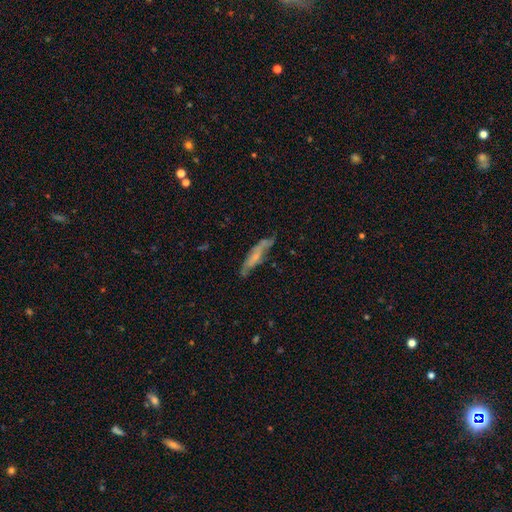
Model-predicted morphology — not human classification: smooth-or-featured: featured or disk: 51% | smooth: 41% | star or artifact: 8%
  disk-edge-on: yes: 55% | no: 45%
  merging: none: 63% | minor disturbance: 25% | major disturbance: 9% | merger: 3%